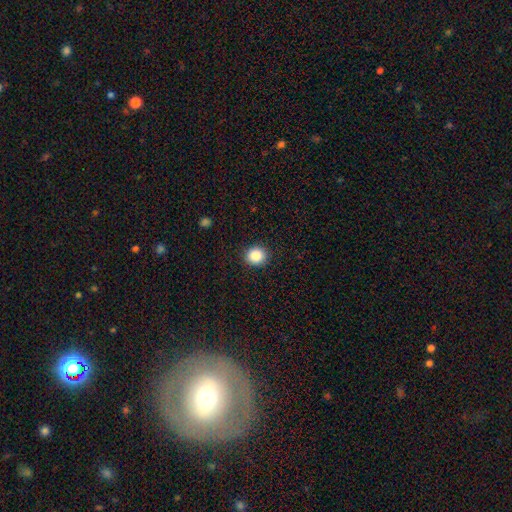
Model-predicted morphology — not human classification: type=smooth (87%); roundness=round (83%); merging=none (90%).